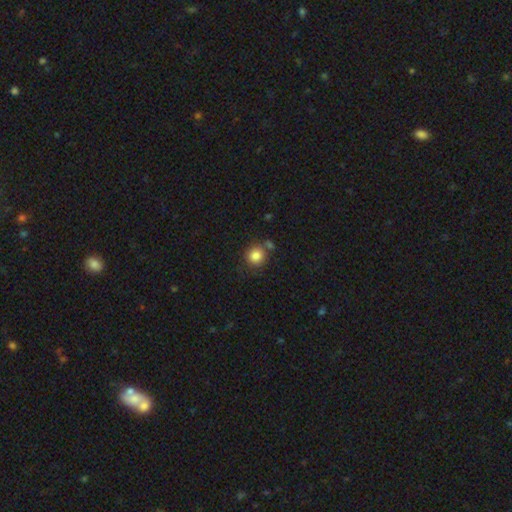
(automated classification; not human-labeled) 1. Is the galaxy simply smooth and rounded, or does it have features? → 84% smooth, 10% star or artifact, 6% featured or disk.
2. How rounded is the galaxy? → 89% round, 10% in between, 1% cigar-shaped.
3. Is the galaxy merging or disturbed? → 71% none, 14% merger, 12% minor disturbance, 4% major disturbance.